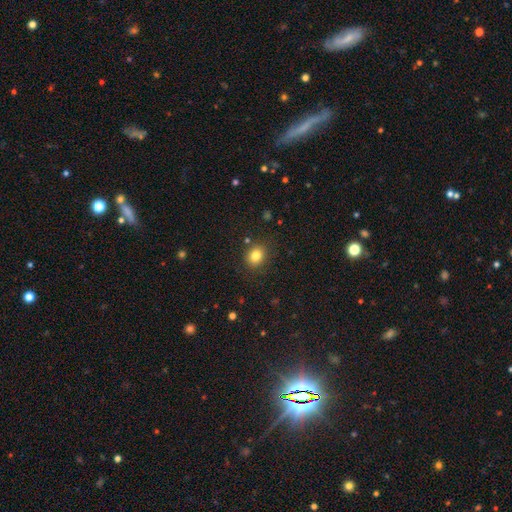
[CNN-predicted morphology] smooth_or_featured: smooth (p=0.82) [alt: star or artifact p=0.11]
how_rounded: round (p=0.63) [alt: in between p=0.36]
merging: none (p=0.83) [alt: minor disturbance p=0.10]